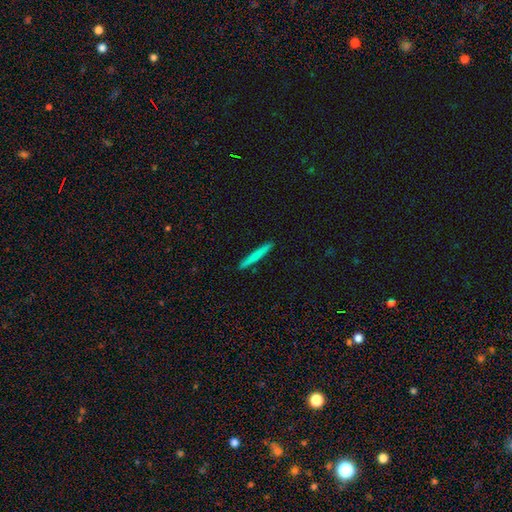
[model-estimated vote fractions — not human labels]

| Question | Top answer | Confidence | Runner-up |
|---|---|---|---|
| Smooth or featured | smooth | 72% | featured or disk (22%) |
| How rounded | cigar-shaped | 97% | in between (2%) |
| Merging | none | 92% | minor disturbance (5%) |